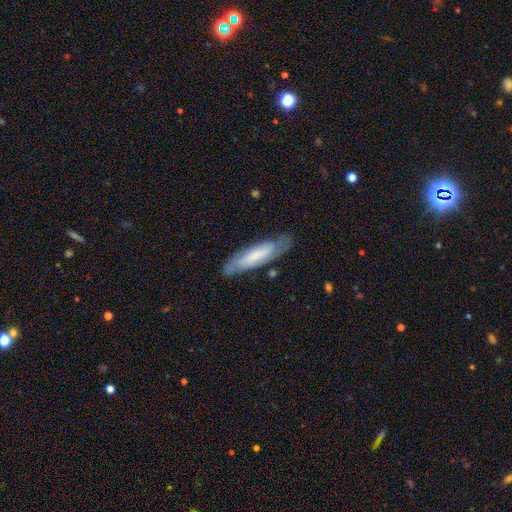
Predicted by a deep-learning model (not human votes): Smooth or featured: featured or disk — 49% (smooth — 45%)
Merging: none — 74% (minor disturbance — 19%)